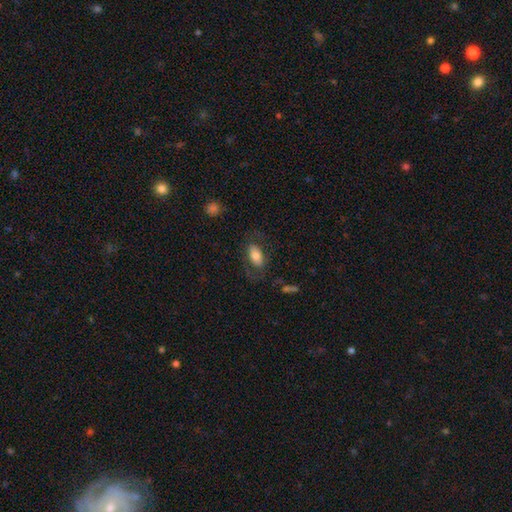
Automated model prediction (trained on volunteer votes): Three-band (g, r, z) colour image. It shows a smooth galaxy with no disk features (68%) that is in between round and cigar-shaped (92%). Merging: none (68%).